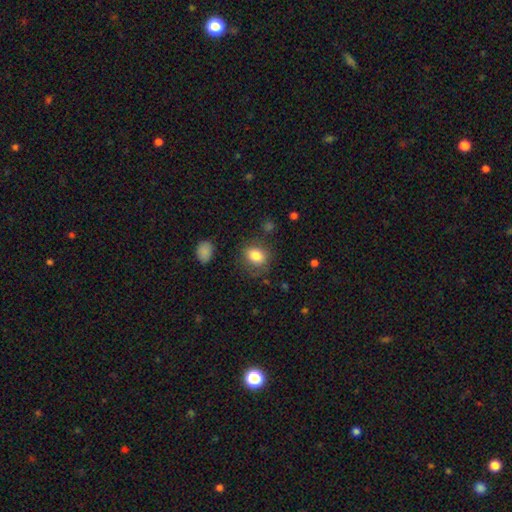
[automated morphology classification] smooth_or_featured: smooth (p=0.82) [alt: star or artifact p=0.09]
how_rounded: in between (p=0.57) [alt: round p=0.42]
merging: none (p=0.74) [alt: minor disturbance p=0.17]